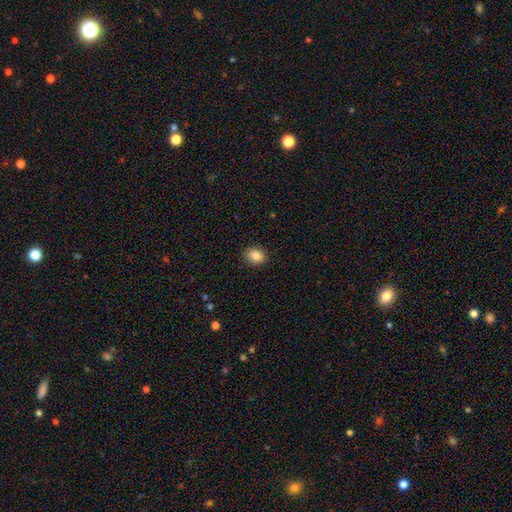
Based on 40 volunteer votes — Smooth or featured? smooth (85%)
How rounded? round (53%)
Merging? none (89%)